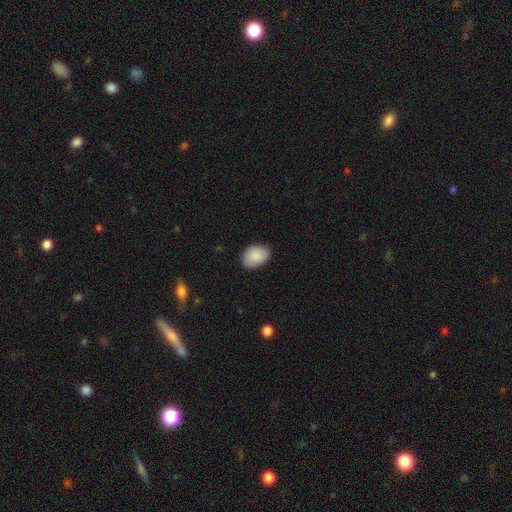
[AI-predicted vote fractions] Morphology: type=smooth (86%); roundness=in between (79%); merging=none (81%).